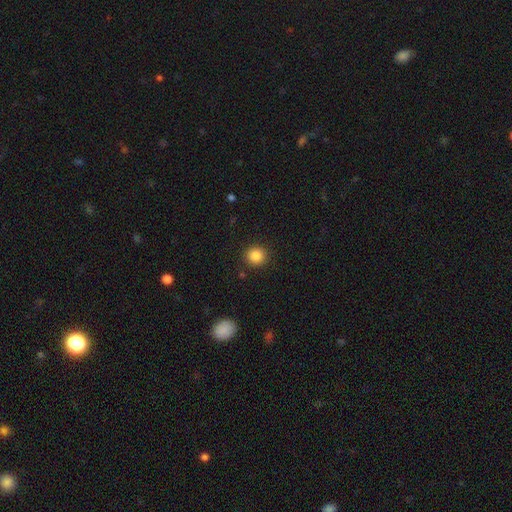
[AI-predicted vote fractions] Smooth or featured: smooth — 86% (star or artifact — 10%)
How rounded: round — 90% (in between — 9%)
Merging: none — 90% (minor disturbance — 6%)